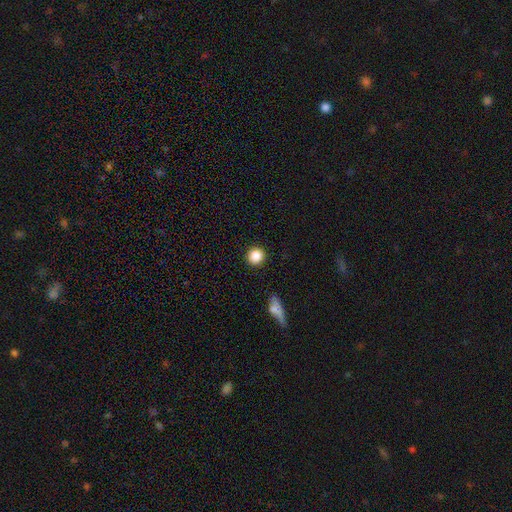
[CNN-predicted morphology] Overall: smooth (85%). How rounded: round (93%). Merging: none (91%).